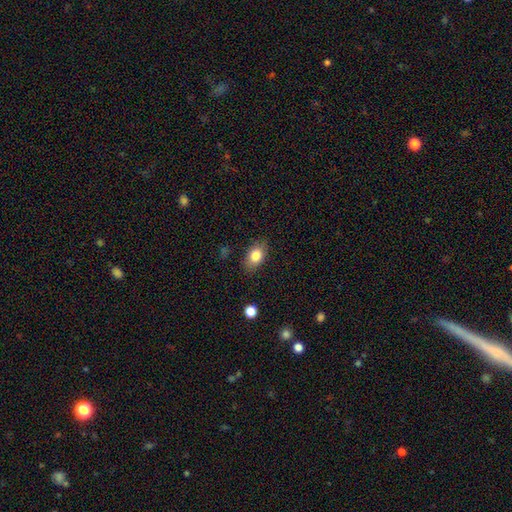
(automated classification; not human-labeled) smooth-or-featured: smooth: 82% | featured or disk: 9% | star or artifact: 8%
  how-rounded: in between: 84% | round: 14% | cigar-shaped: 2%
  merging: none: 83% | minor disturbance: 12% | major disturbance: 3% | merger: 1%